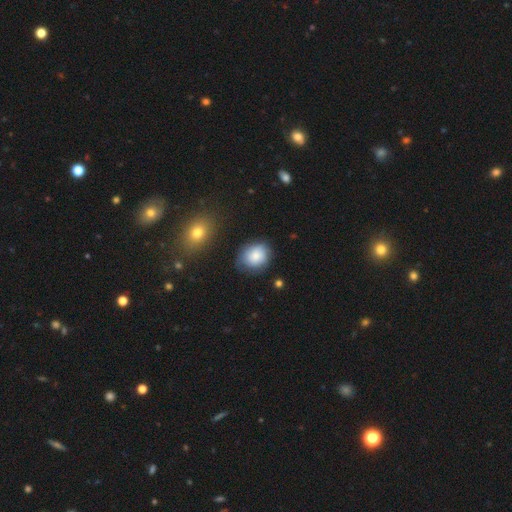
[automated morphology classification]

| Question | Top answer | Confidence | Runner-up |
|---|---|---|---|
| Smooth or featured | smooth | 78% | featured or disk (14%) |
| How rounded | round | 58% | in between (41%) |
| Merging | none | 69% | minor disturbance (23%) |